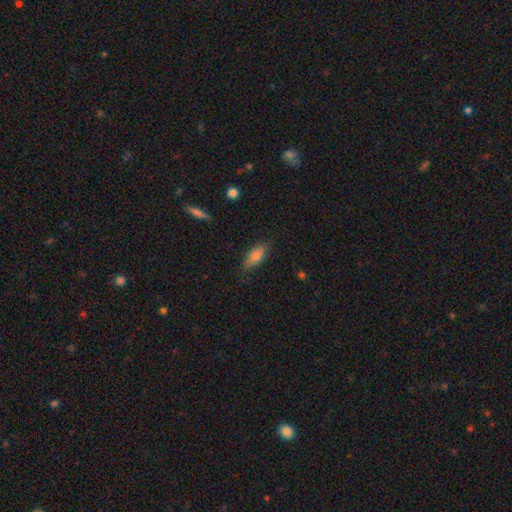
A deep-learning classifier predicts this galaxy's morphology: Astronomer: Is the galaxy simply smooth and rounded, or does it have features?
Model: smooth — 79%.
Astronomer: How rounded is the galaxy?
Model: in between — 70%.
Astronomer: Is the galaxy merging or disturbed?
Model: none — 80%.